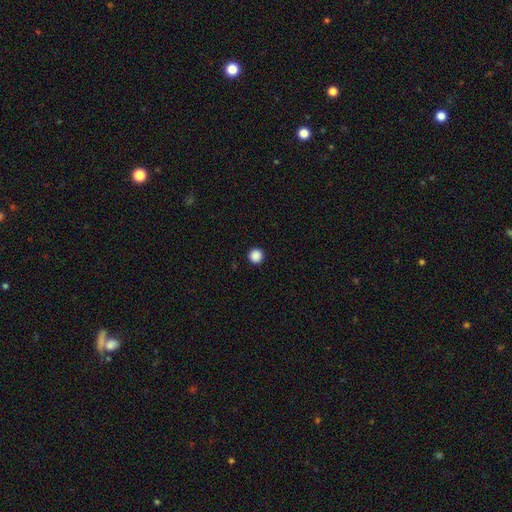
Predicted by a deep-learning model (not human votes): smooth-or-featured: smooth: 88% | star or artifact: 10% | featured or disk: 2%
  how-rounded: round: 96% | in between: 3% | cigar-shaped: 1%
  merging: none: 94% | minor disturbance: 4% | major disturbance: 1% | merger: 1%